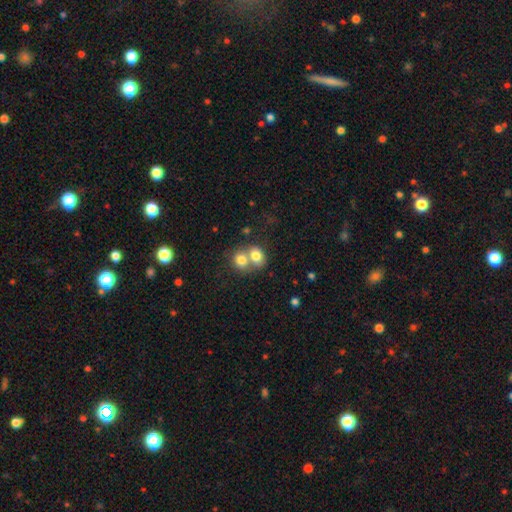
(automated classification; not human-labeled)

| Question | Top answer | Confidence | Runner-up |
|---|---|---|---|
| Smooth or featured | smooth | 77% | featured or disk (14%) |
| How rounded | round | 56% | in between (43%) |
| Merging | merger | 65% | none (26%) |